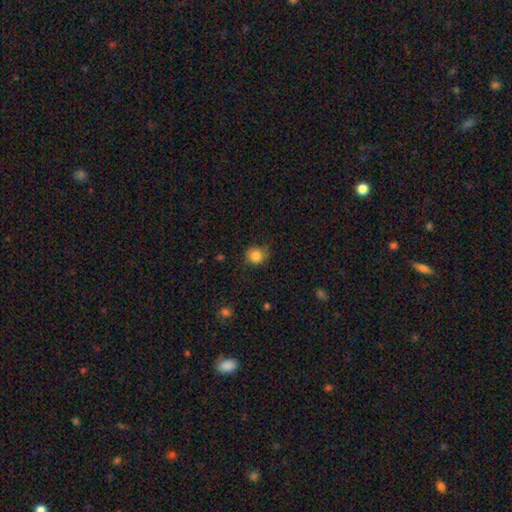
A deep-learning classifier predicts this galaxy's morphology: Smooth or featured? Predicted: smooth (p=0.84). How rounded? Predicted: round (p=0.84). Merging? Predicted: none (p=0.71).